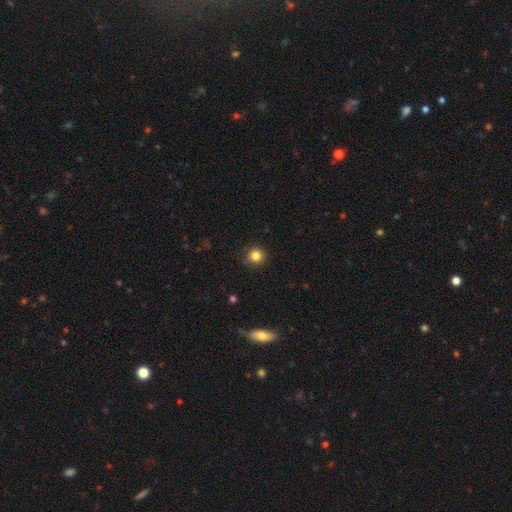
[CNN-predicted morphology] A smooth galaxy with no disk features (83%) that is round (94%).

Vote fractions:
- Smooth or featured? smooth: 83% / star or artifact: 12% / featured or disk: 5%
- How rounded? round: 94% / in between: 5% / cigar-shaped: 1%
- Merging? none: 89% / minor disturbance: 8% / major disturbance: 2% / merger: 1%